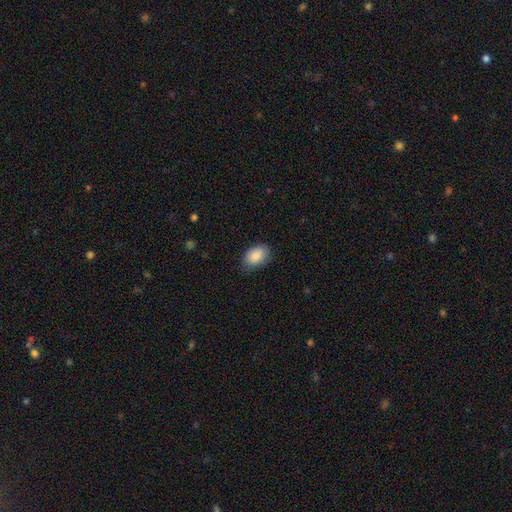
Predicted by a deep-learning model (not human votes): Smooth or featured?
  - smooth: 88% *
  - star or artifact: 6%
  - featured or disk: 6%
How rounded?
  - in between: 88% *
  - round: 11%
  - cigar-shaped: 1%
Merging?
  - none: 77% *
  - minor disturbance: 19%
  - major disturbance: 3%
  - merger: 1%